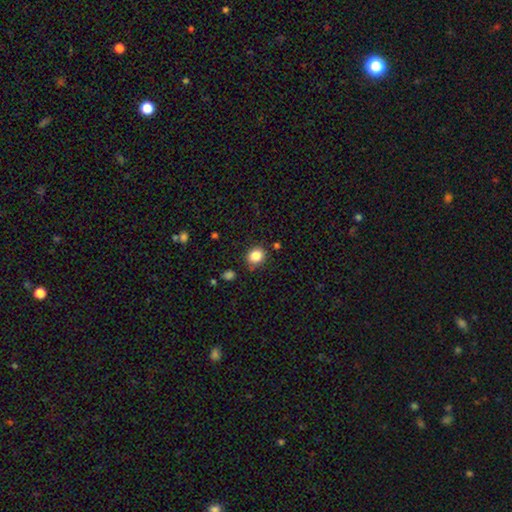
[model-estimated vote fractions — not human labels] Morphology: type=smooth (85%); roundness=round (68%); merging=none (81%).